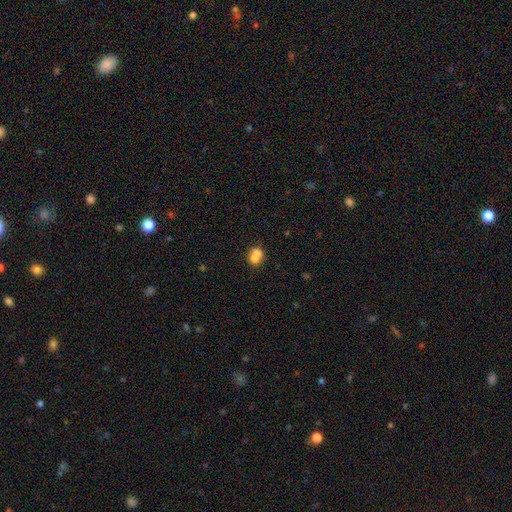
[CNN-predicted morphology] Smooth or featured? Predicted: smooth (p=0.68). How rounded? Predicted: round (p=0.67). Merging? Predicted: merger (p=0.63).